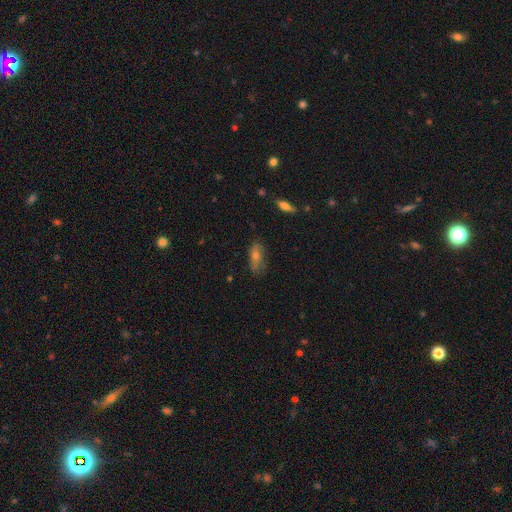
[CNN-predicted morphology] A smooth galaxy with no disk features (46%).

Vote fractions:
- Smooth or featured? smooth: 46% / featured or disk: 36% / star or artifact: 18%
- Merging? none: 72% / minor disturbance: 20% / major disturbance: 6% / merger: 2%